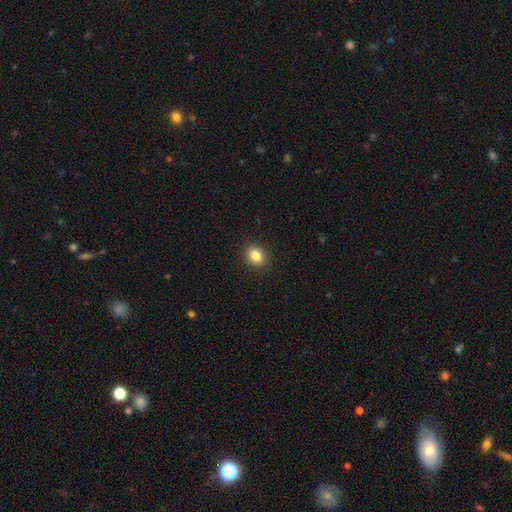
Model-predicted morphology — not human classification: A smooth galaxy with no disk features (84%) that is in between round and cigar-shaped (54%). Merging: none (90%).